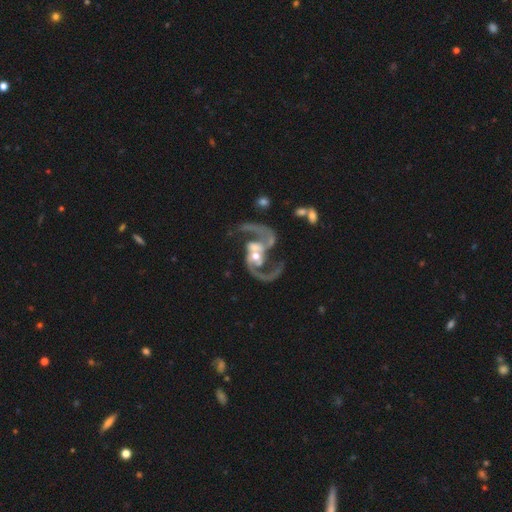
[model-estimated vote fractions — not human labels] A featured or disk galaxy (91%) with no bar (40%), 2 (92%) loose (50%) spiral arms (96%) and a moderate central bulge (65%).

Vote fractions:
- Smooth or featured? featured or disk: 91% / star or artifact: 5% / smooth: 4%
- Edge-on disk? no: 98% / yes: 2%
- Bar? no: 40% / weak: 36% / strong: 23%
- Spiral arms? yes: 96% / no: 4%
- Spiral winding? loose: 50% / medium: 42% / tight: 7%
- Spiral arm count? 2: 92% / 1: 3% / can't tell: 2% / 3: 2% / 4: 1% / more than 4: 1%
- Bulge size? moderate: 65% / small: 21% / large: 10% / none: 3% / dominant: 2%
- Merging? none: 41% / merger: 27% / major disturbance: 19% / minor disturbance: 13%